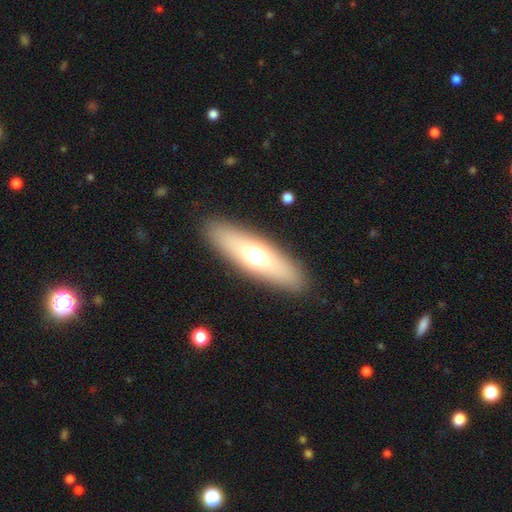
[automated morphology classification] type=smooth (59%); roundness=cigar-shaped (52%); merging=none (89%).